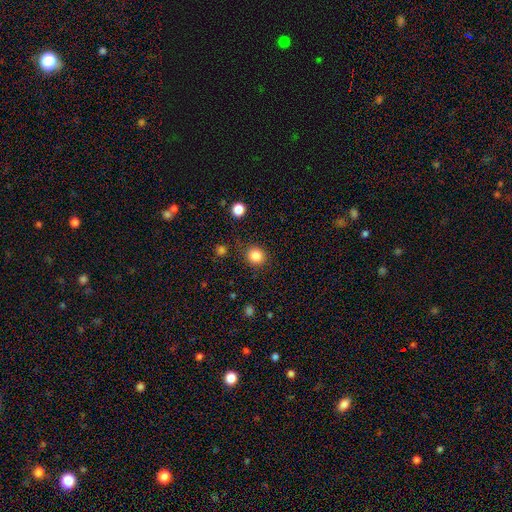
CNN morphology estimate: The model was most divided on "smooth or featured": smooth: 85%, star or artifact: 11%, featured or disk: 4%. More confident: how rounded — round (87%); merging — none (84%).